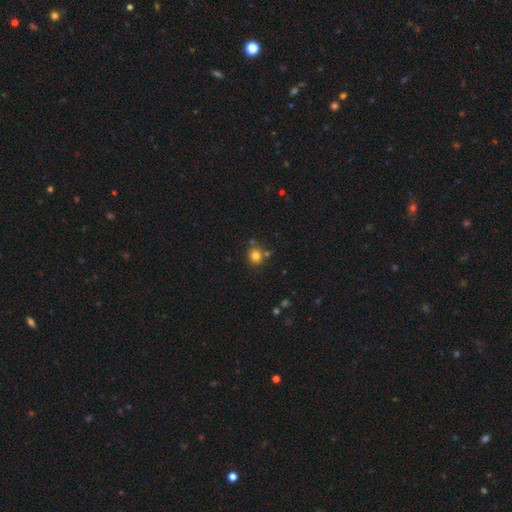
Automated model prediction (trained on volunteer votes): Smooth or featured: smooth — 80% (star or artifact — 13%)
How rounded: round — 83% (in between — 16%)
Merging: none — 75% (minor disturbance — 11%)